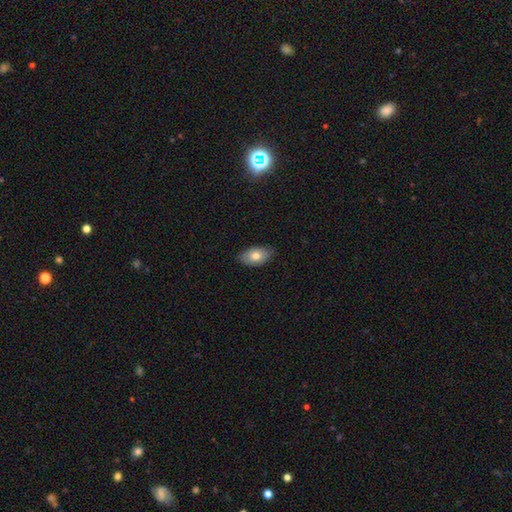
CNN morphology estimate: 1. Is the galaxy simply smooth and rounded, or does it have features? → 76% smooth, 17% featured or disk, 7% star or artifact.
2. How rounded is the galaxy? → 91% in between, 7% round, 2% cigar-shaped.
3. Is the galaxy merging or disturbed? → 82% none, 15% minor disturbance, 2% major disturbance, 1% merger.